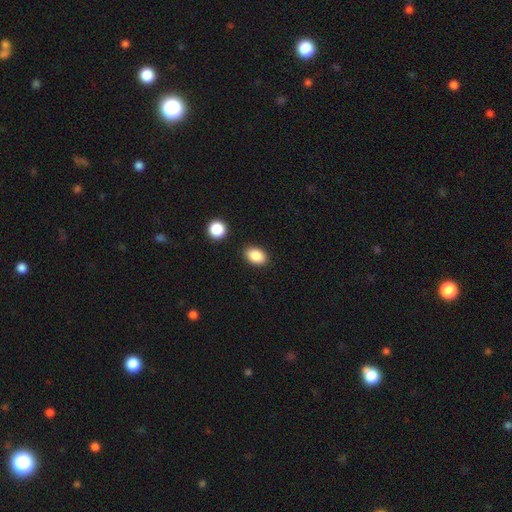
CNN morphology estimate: type=smooth (87%); roundness=in between (86%); merging=none (87%).